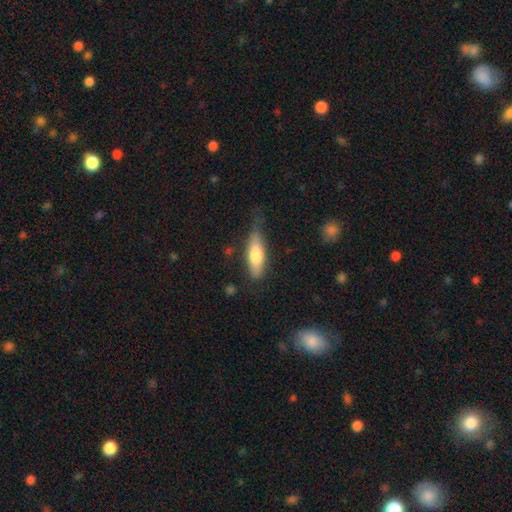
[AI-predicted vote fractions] This appears to be a smooth galaxy with no disk features (71%) that is in between round and cigar-shaped (52%). Merging: none (60%).